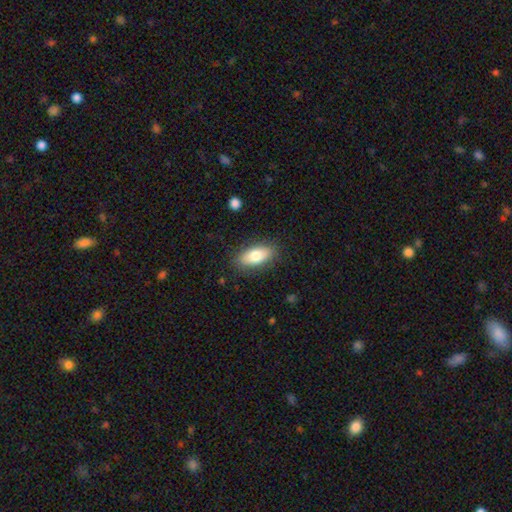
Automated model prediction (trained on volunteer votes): smooth 77%, featured or disk 17%, star or artifact 7%. Down the decision tree: how rounded — in between (86%); merging — none (85%).